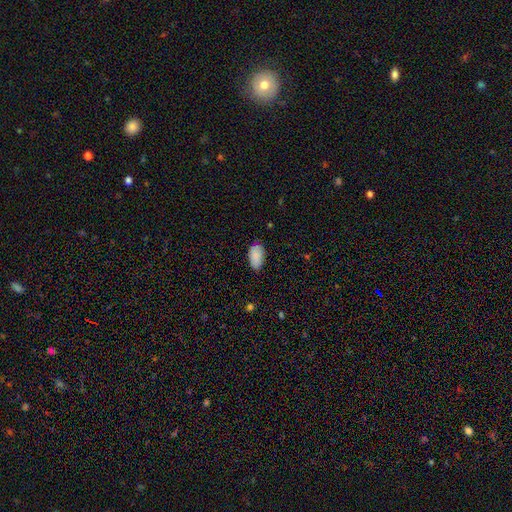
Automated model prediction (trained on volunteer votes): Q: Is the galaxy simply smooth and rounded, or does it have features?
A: smooth — 87%.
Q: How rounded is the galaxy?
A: in between — 95%.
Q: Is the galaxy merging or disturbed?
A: none — 79%.